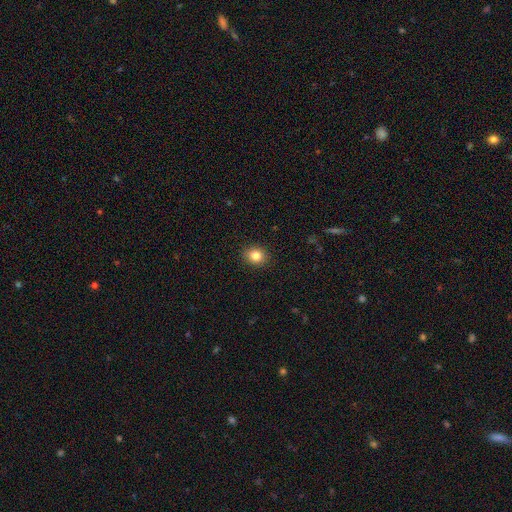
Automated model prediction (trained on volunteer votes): This appears to be a smooth galaxy with no disk features (83%) that is round (70%). Merging: none (91%).